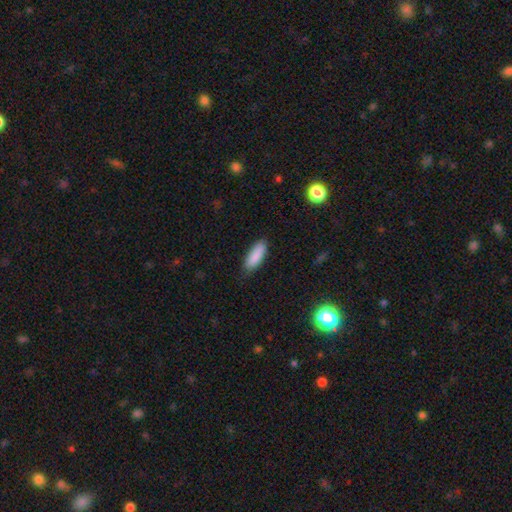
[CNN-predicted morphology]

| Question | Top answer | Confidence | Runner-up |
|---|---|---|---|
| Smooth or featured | smooth | 89% | star or artifact (6%) |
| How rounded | in between | 62% | cigar-shaped (36%) |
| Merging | none | 82% | minor disturbance (14%) |